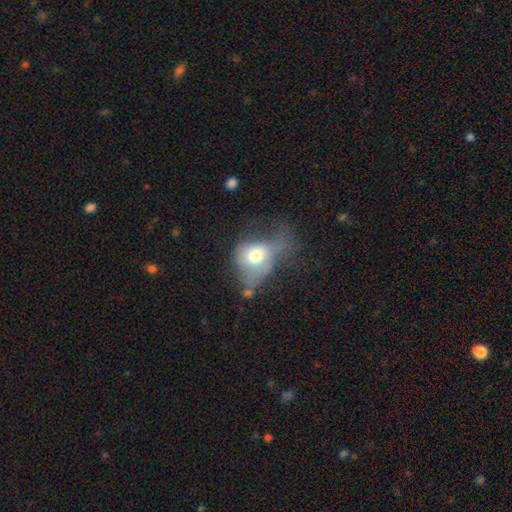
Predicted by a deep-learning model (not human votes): smooth_or_featured: smooth (p=0.64) [alt: featured or disk p=0.26]
how_rounded: in between (p=0.58) [alt: round p=0.40]
merging: major disturbance (p=0.55) [alt: minor disturbance p=0.21]